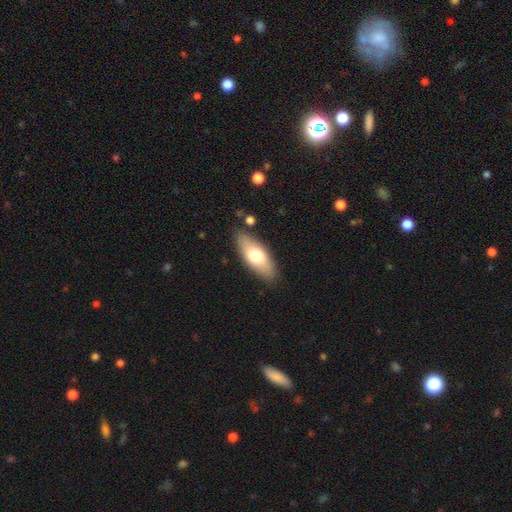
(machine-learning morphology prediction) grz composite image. It shows a smooth galaxy with no disk features (69%) that is in between round and cigar-shaped (76%). Merging: none (85%).